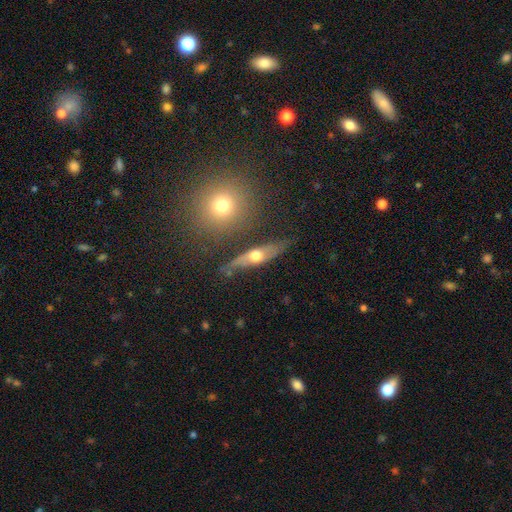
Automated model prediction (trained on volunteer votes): smooth_or_featured: featured or disk (p=0.55) [alt: smooth p=0.37]
disk_edge_on: yes (p=0.62) [alt: no p=0.38]
merging: none (p=0.68) [alt: minor disturbance p=0.19]